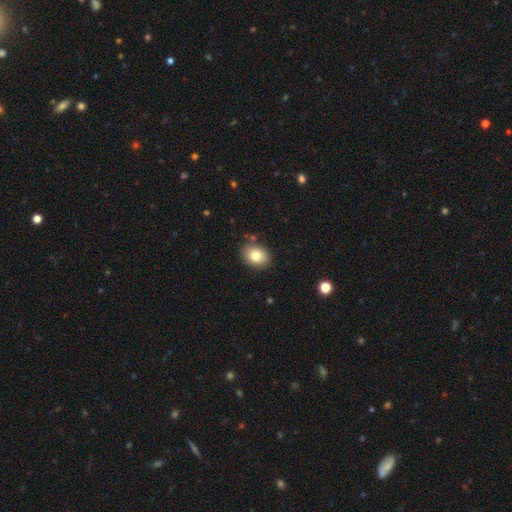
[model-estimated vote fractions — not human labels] Overall: smooth (80%). How rounded: in between (61%; round 38%). Merging: none (83%).